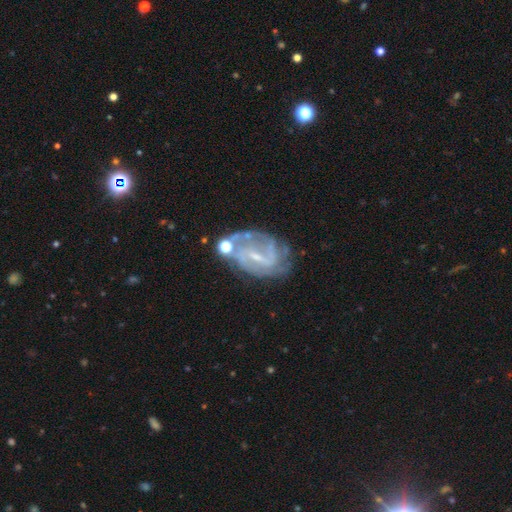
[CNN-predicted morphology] This appears to be a featured or disk galaxy (84%) with a weak bar (46%), 2 (61%) medium (45%) spiral arms (93%) and a small central bulge (71%). Merging: none (56%).